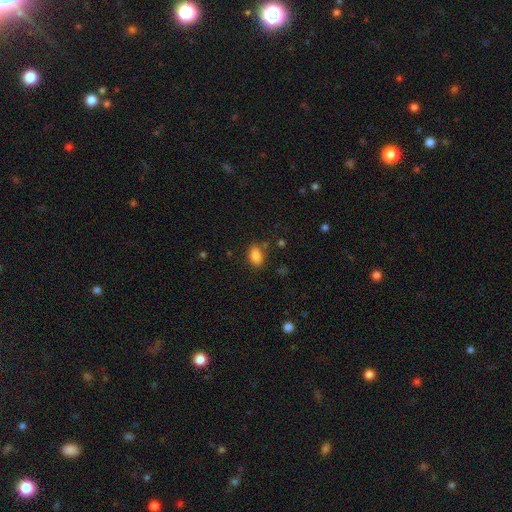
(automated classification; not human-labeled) The model was most divided on "merging": none: 80%, minor disturbance: 13%, merger: 4%, major disturbance: 4%. More confident: how rounded — in between (86%); smooth or featured — smooth (85%).